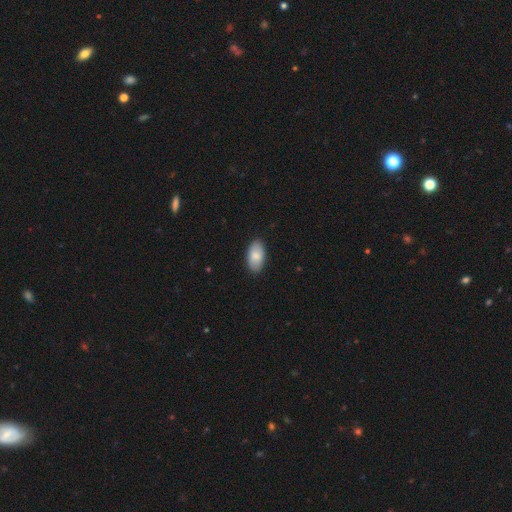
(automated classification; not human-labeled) A smooth galaxy with no disk features (85%) that is in between round and cigar-shaped (95%).

Vote fractions:
- Smooth or featured? smooth: 85% / featured or disk: 9% / star or artifact: 6%
- How rounded? in between: 95% / round: 3% / cigar-shaped: 2%
- Merging? none: 88% / minor disturbance: 9% / major disturbance: 2% / merger: 1%